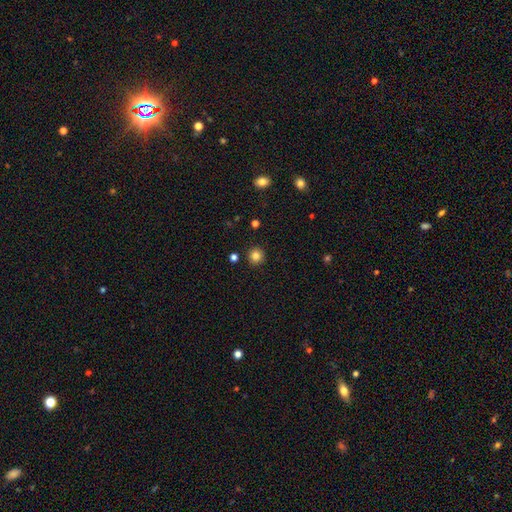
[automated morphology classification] Smooth or featured? Predicted: smooth (p=0.83). How rounded? Predicted: round (p=0.94). Merging? Predicted: none (p=0.91).